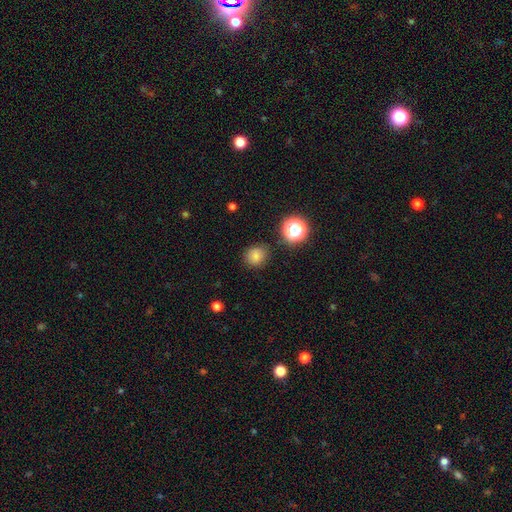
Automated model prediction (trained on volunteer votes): Smooth or featured: smooth — 77% (star or artifact — 16%)
How rounded: round — 79% (in between — 21%)
Merging: none — 82% (minor disturbance — 12%)